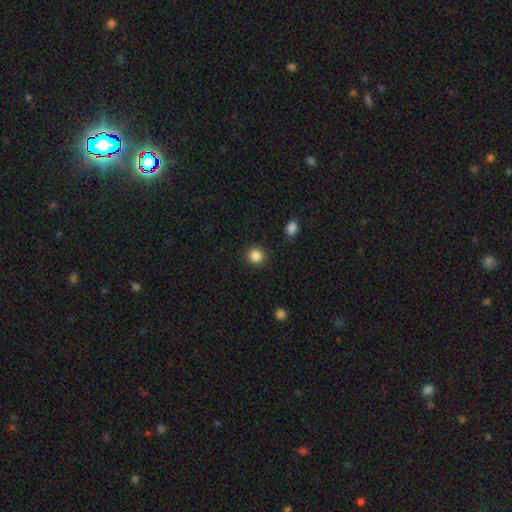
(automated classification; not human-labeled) Smooth or featured?
  - smooth: 86% *
  - star or artifact: 10%
  - featured or disk: 4%
How rounded?
  - round: 89% *
  - in between: 10%
  - cigar-shaped: 1%
Merging?
  - none: 91% *
  - minor disturbance: 6%
  - major disturbance: 2%
  - merger: 1%